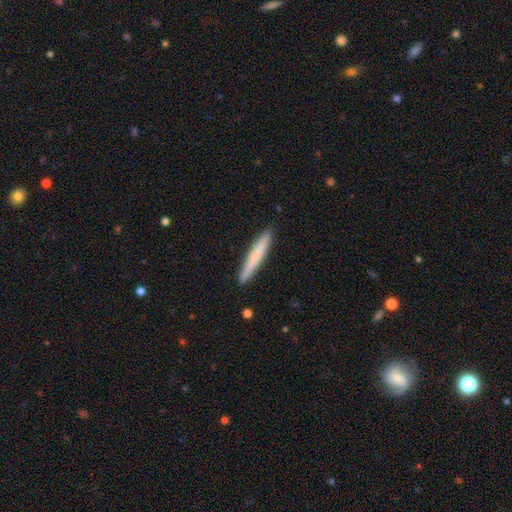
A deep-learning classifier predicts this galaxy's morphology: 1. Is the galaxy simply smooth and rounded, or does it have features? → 71% smooth, 24% featured or disk, 5% star or artifact.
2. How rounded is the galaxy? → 96% cigar-shaped, 3% in between, 1% round.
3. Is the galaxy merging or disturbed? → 91% none, 7% minor disturbance, 1% major disturbance, 1% merger.